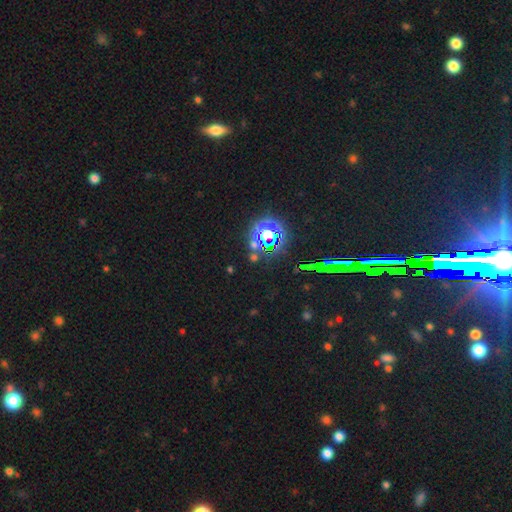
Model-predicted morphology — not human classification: This appears to be a star or artifact, not a galaxy (77%).